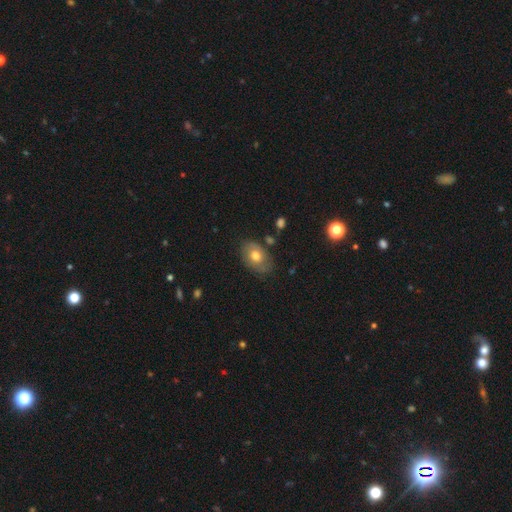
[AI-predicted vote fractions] The model was most divided on "smooth or featured": smooth: 64%, featured or disk: 28%, star or artifact: 8%. More confident: how rounded — in between (81%); merging — none (72%).